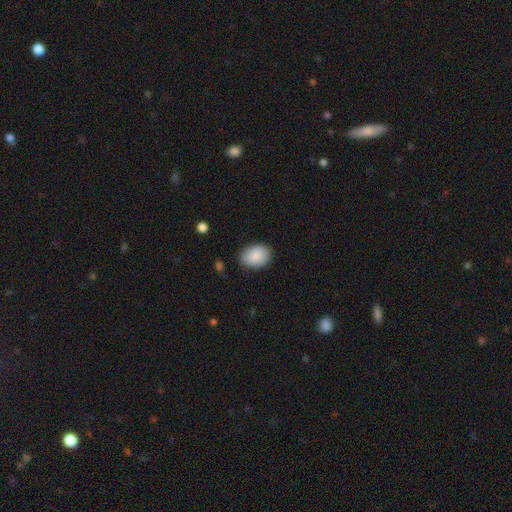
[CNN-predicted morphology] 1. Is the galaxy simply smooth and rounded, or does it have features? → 89% smooth, 7% star or artifact, 5% featured or disk.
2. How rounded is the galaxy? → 75% in between, 24% round, 1% cigar-shaped.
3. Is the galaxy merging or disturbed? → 84% none, 12% minor disturbance, 3% major disturbance, 1% merger.